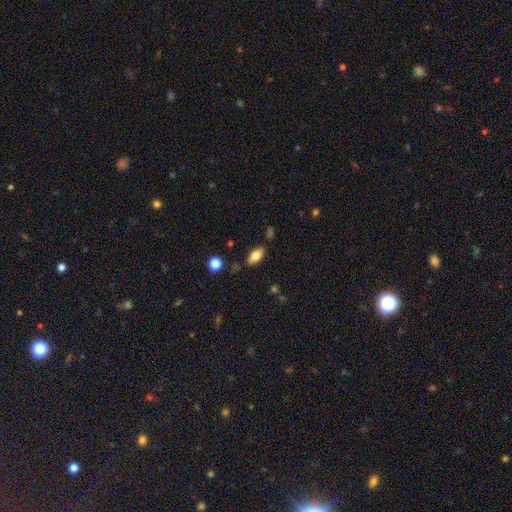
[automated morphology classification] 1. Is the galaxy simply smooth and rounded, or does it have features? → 79% smooth, 13% featured or disk, 8% star or artifact.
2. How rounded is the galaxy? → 88% in between, 7% cigar-shaped, 5% round.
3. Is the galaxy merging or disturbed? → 77% none, 16% minor disturbance, 3% major disturbance, 3% merger.